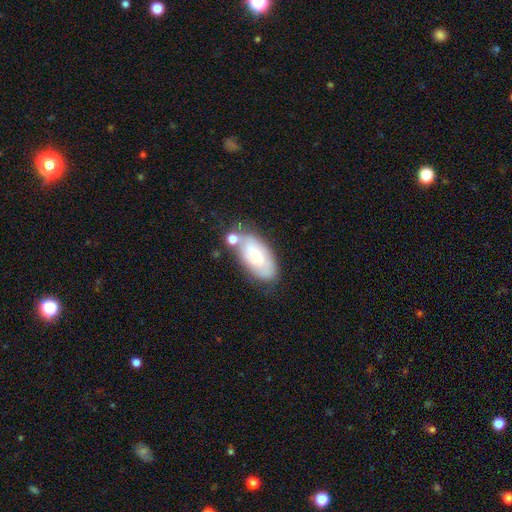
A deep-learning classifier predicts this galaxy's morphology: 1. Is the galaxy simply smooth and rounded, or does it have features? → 61% smooth, 32% featured or disk, 7% star or artifact.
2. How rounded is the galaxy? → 91% in between, 6% cigar-shaped, 3% round.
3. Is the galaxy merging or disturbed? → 56% none, 22% minor disturbance, 16% merger, 7% major disturbance.